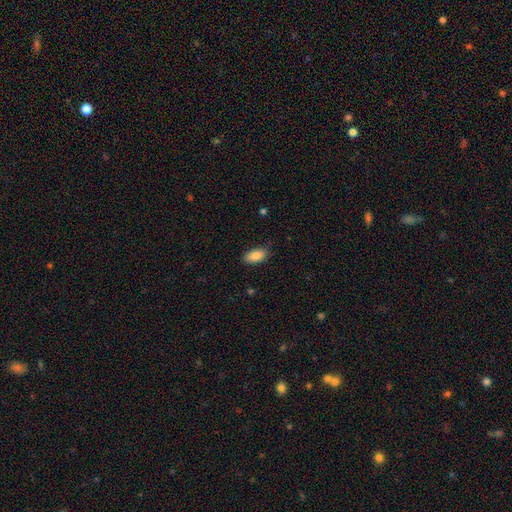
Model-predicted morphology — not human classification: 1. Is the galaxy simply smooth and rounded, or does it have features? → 86% smooth, 7% star or artifact, 7% featured or disk.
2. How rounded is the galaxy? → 91% in between, 5% cigar-shaped, 3% round.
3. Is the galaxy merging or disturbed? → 81% none, 16% minor disturbance, 3% major disturbance, 1% merger.